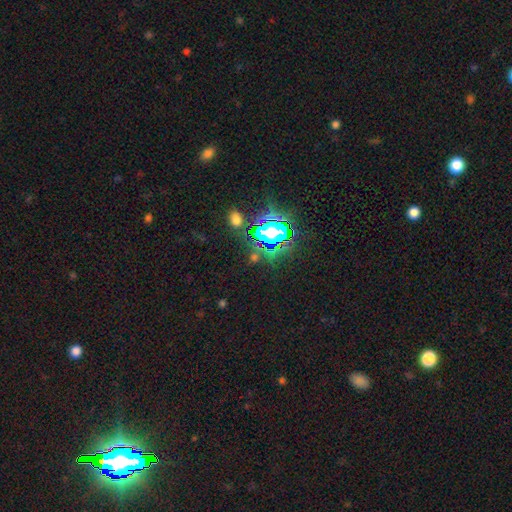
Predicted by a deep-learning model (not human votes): Smooth or featured?
  - star or artifact: 75% *
  - smooth: 16%
  - featured or disk: 9%